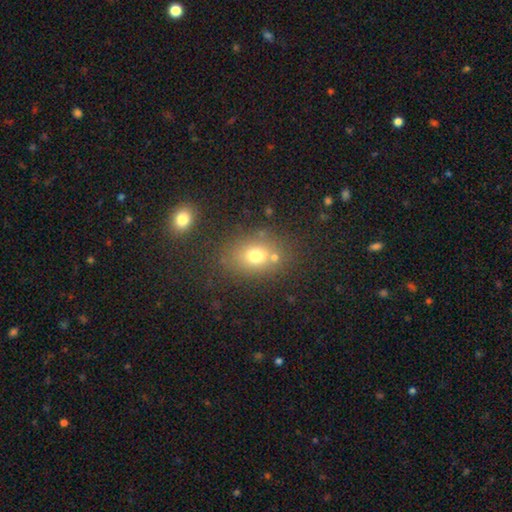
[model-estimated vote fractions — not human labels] This is likely a smooth galaxy (70%). How rounded: likely in between (61%). Merging: likely none (65%).